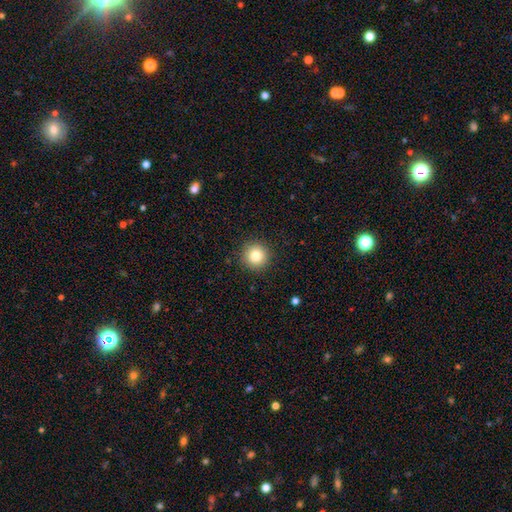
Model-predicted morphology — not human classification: The model was most divided on "smooth or featured": smooth: 81%, star or artifact: 11%, featured or disk: 8%. More confident: how rounded — round (95%); merging — none (91%).